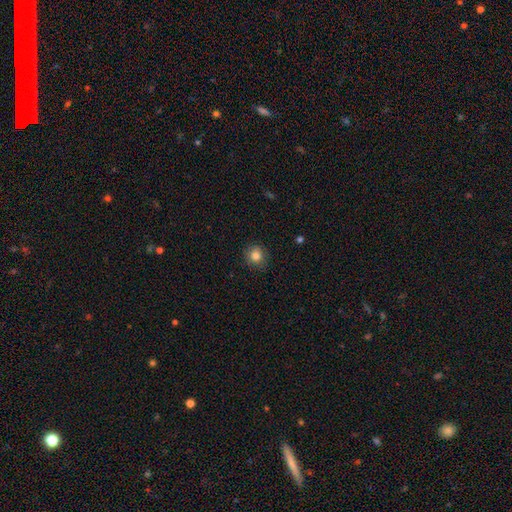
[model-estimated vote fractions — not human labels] Smooth or featured? smooth (84%)
How rounded? round (87%)
Merging? none (87%)